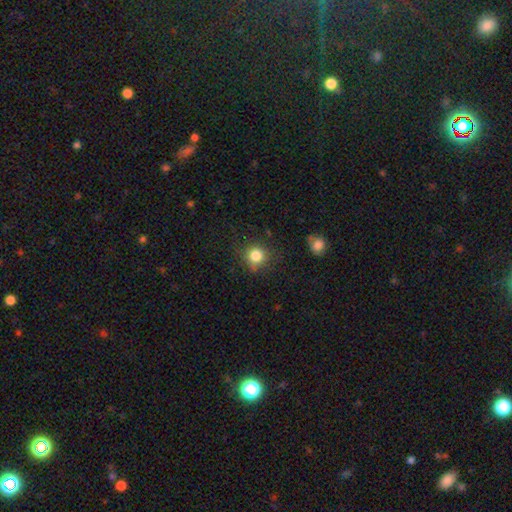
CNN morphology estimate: smooth 82%, star or artifact 12%, featured or disk 6%. Down the decision tree: how rounded — round (90%); merging — none (78%).